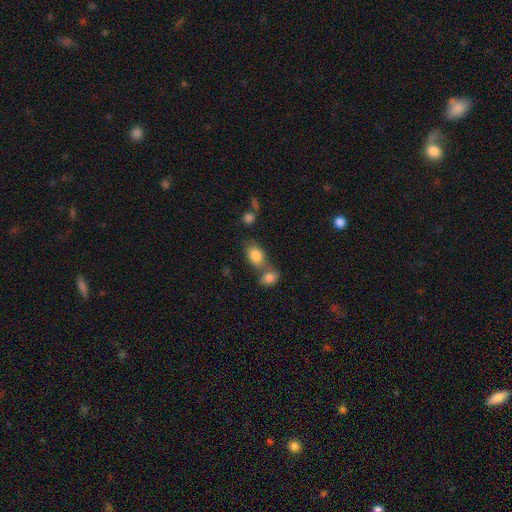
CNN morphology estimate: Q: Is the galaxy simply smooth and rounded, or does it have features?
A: smooth — 84%.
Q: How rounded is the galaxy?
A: in between — 80%.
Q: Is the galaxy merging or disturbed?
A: none — 44%.